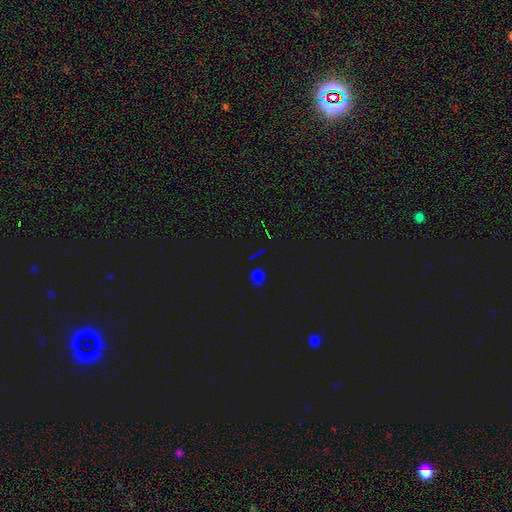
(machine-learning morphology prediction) star or artifact 58%, smooth 35%, featured or disk 8%.